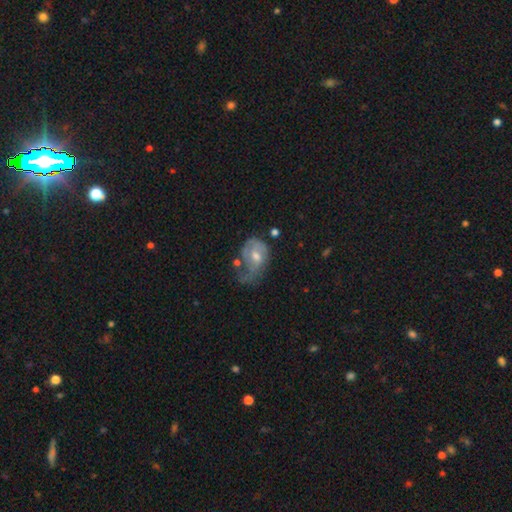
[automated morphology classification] smooth_or_featured: featured or disk (p=0.64) [alt: smooth p=0.27]
disk_edge_on: no (p=0.96) [alt: yes p=0.04]
bar: no (p=0.62) [alt: weak p=0.32]
has_spiral_arms: yes (p=0.71) [alt: no p=0.29]
bulge_size: moderate (p=0.65) [alt: small p=0.27]
merging: major disturbance (p=0.39) [alt: none p=0.27]